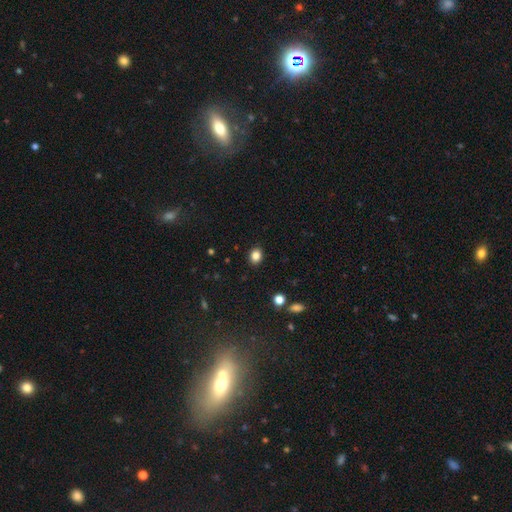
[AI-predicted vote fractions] This appears to be a smooth galaxy with no disk features (85%) that is round (55%). Merging: none (89%).